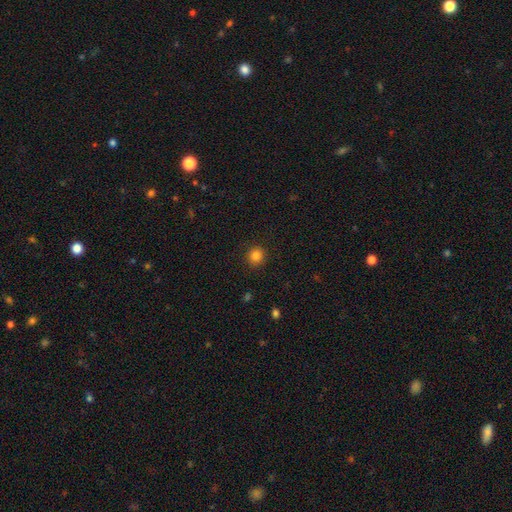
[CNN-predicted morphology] Smooth or featured? smooth (83%)
How rounded? round (90%)
Merging? none (91%)